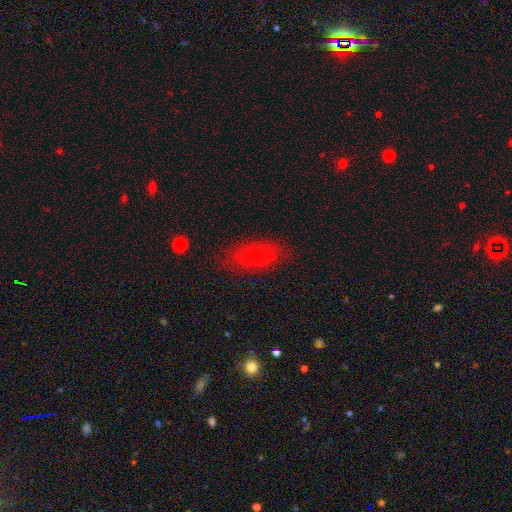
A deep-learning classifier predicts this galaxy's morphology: Smooth or featured? Predicted: smooth (p=0.71). How rounded? Predicted: in between (p=0.79). Merging? Predicted: none (p=0.82).